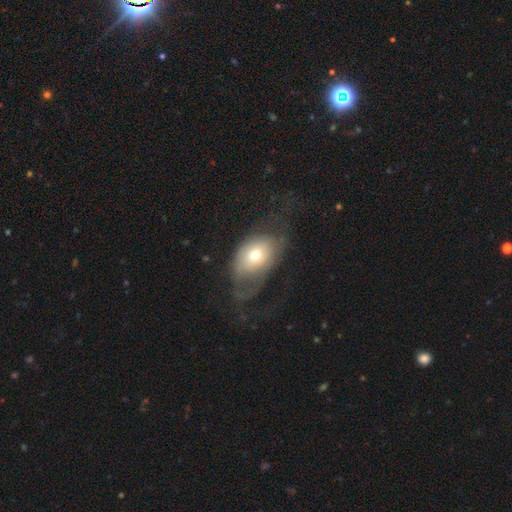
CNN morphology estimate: Smooth or featured?
  - smooth: 58% *
  - featured or disk: 33%
  - star or artifact: 8%
How rounded?
  - in between: 82% *
  - round: 17%
  - cigar-shaped: 2%
Merging?
  - major disturbance: 39% *
  - none: 35%
  - minor disturbance: 24%
  - merger: 2%